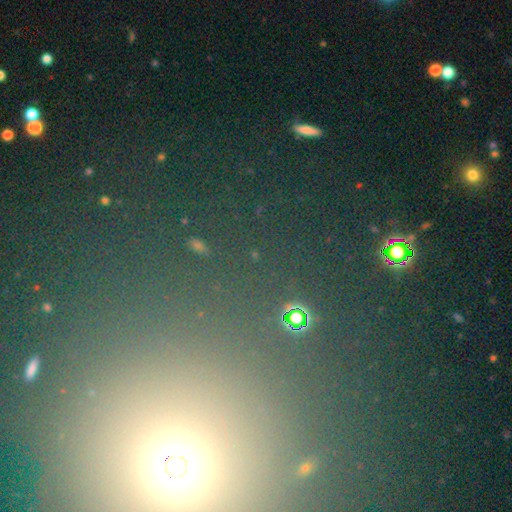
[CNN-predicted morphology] Overall: star or artifact (66%).